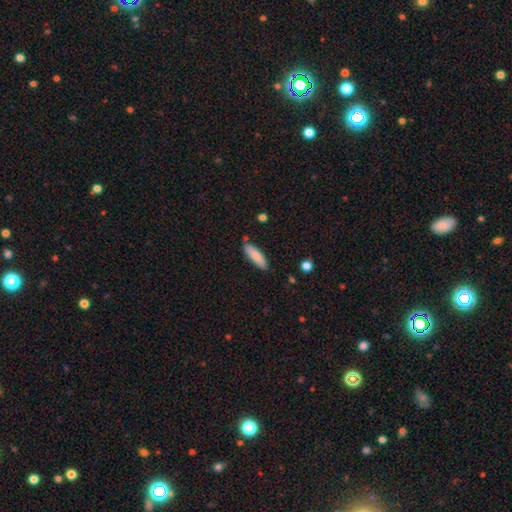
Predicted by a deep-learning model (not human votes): Smooth or featured? Predicted: smooth (p=0.83). How rounded? Predicted: cigar-shaped (p=0.59). Merging? Predicted: none (p=0.84).